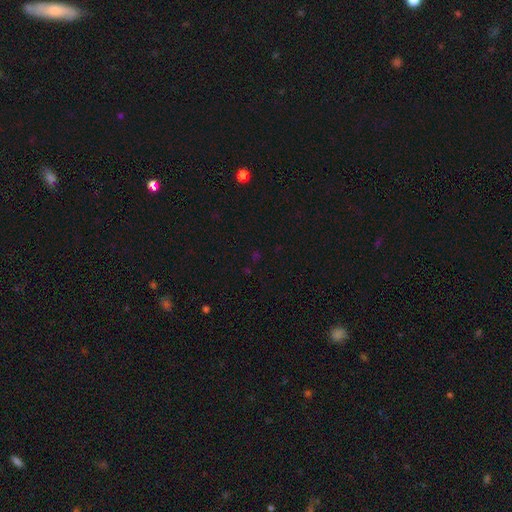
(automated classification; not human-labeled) Smooth or featured? star or artifact (62%)